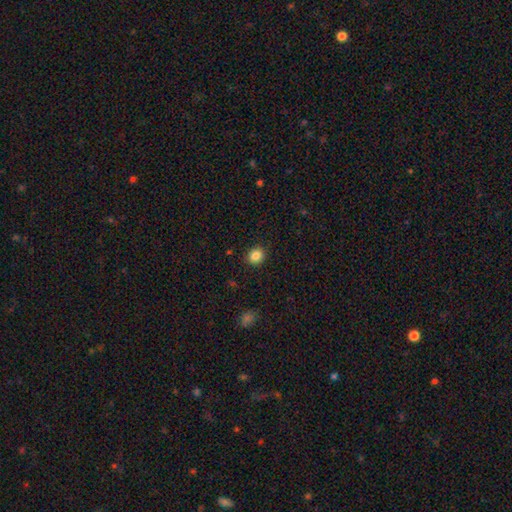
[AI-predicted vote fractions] Smooth or featured: smooth — 85% (star or artifact — 10%)
How rounded: round — 72% (in between — 27%)
Merging: none — 90% (minor disturbance — 7%)